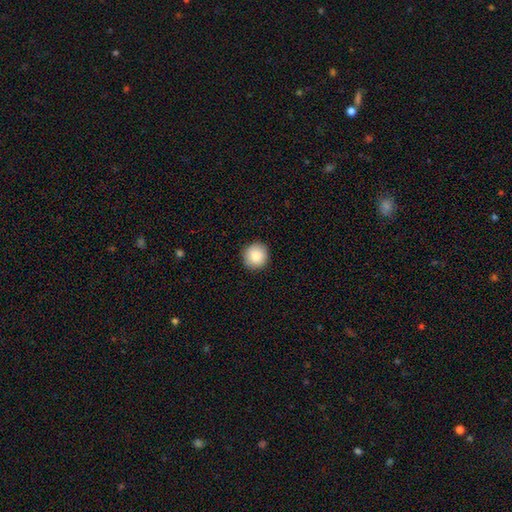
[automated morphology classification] Q: Smooth or featured?
A: smooth (87%); runner-up: star or artifact (8%)
Q: How rounded?
A: round (93%); runner-up: in between (6%)
Q: Merging?
A: none (92%); runner-up: minor disturbance (6%)